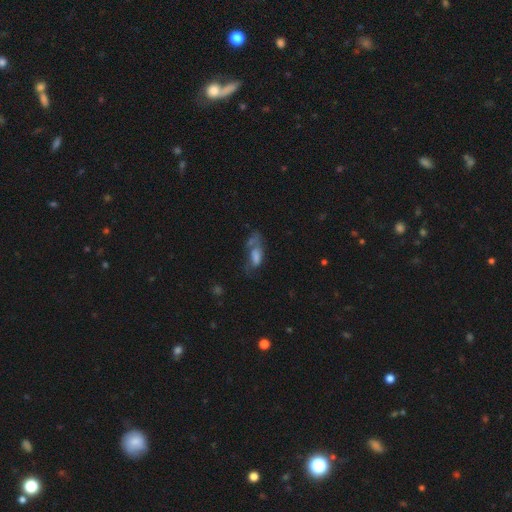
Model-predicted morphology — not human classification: This appears to be a smooth galaxy with no disk features (45%). Merging: major disturbance (33%, tied with none).